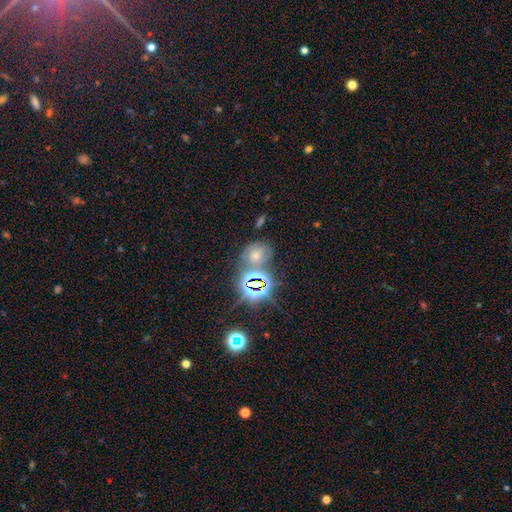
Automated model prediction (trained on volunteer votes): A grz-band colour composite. It shows a star or artifact, not a galaxy (58%).